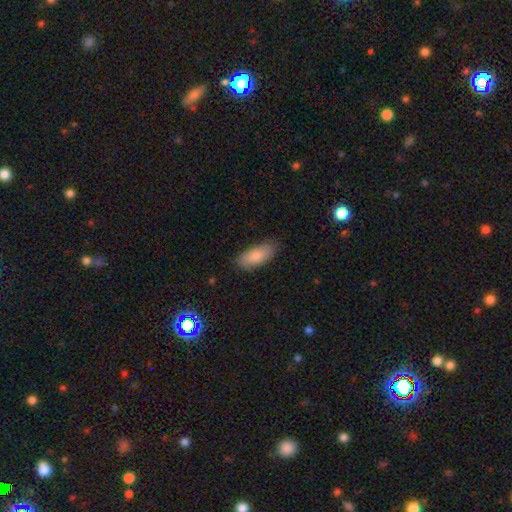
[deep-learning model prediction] smooth_or_featured: smooth (p=0.82) [alt: featured or disk p=0.12]
how_rounded: in between (p=0.84) [alt: cigar-shaped p=0.14]
merging: none (p=0.81) [alt: minor disturbance p=0.15]